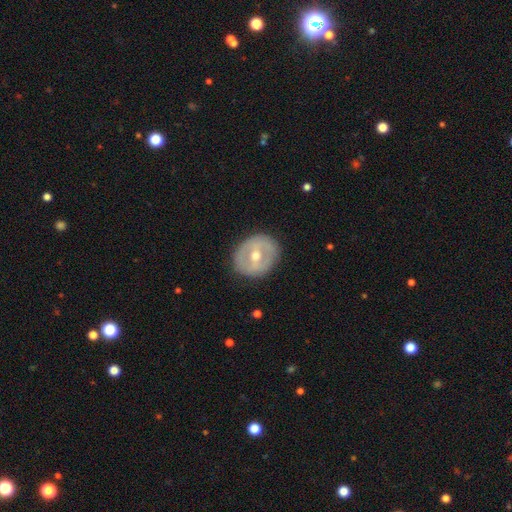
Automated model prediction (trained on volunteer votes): Morphology: type=featured or disk (61%); edge-on=no (94%); bar=weak (42%); spiral arms=no (74%); bulge=moderate (69%); merging=none (85%).